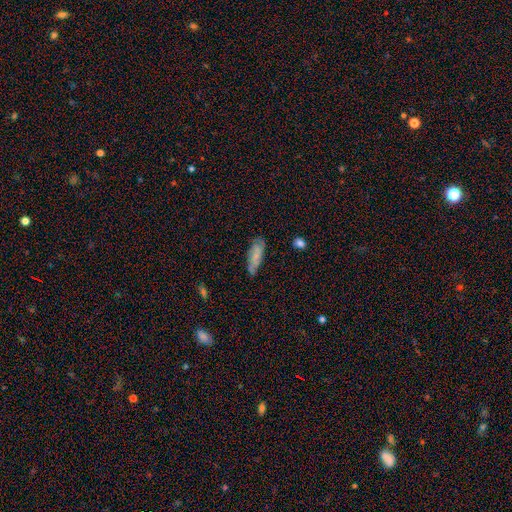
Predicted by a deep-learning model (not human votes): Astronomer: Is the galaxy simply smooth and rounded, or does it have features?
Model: smooth — 69%.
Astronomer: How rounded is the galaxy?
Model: in between — 59% (runner-up: cigar-shaped, 39%).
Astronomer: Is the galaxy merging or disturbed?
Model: none — 64%.